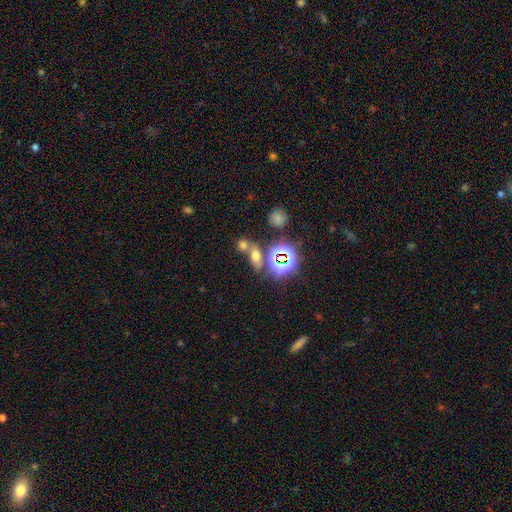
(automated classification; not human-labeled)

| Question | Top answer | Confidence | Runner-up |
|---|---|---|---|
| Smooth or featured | star or artifact | 73% | smooth (16%) |